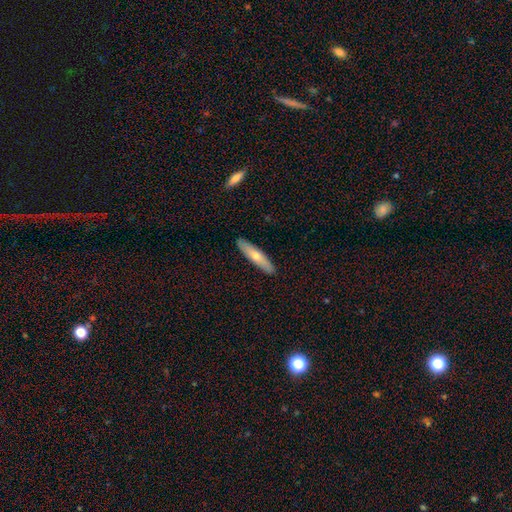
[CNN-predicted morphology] Smooth or featured: smooth — 57% (featured or disk — 37%)
How rounded: cigar-shaped — 84% (in between — 14%)
Merging: none — 90% (minor disturbance — 7%)